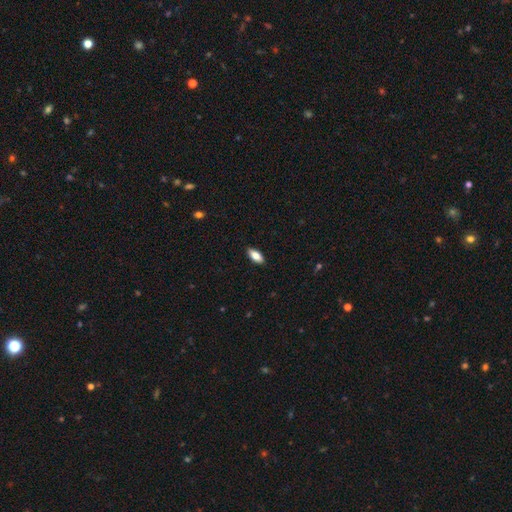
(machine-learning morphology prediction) Smooth or featured? smooth (80%)
How rounded? in between (85%)
Merging? none (89%)